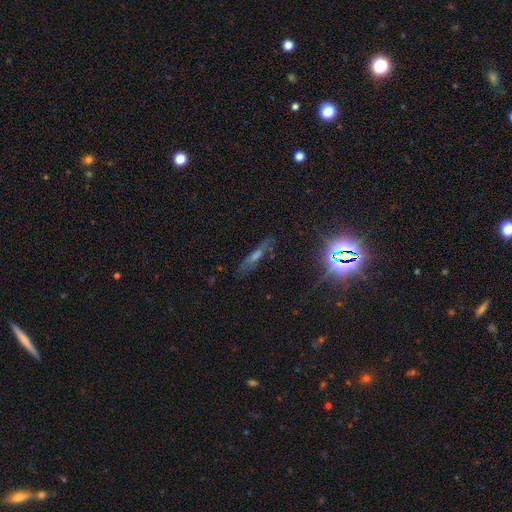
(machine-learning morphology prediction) Smooth or featured: featured or disk — 39% (star or artifact — 31%)
Merging: none — 73% (minor disturbance — 17%)